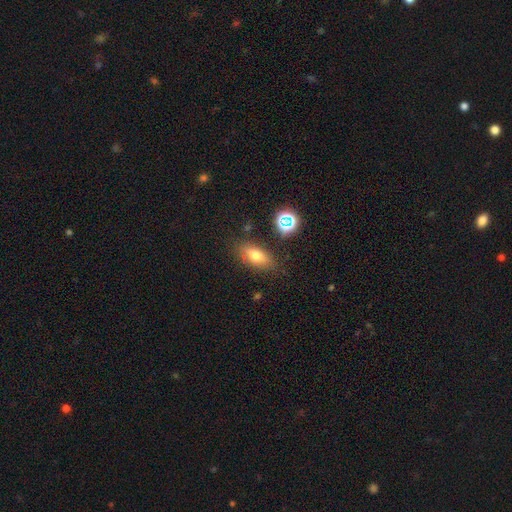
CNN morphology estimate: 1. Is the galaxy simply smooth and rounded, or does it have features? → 69% smooth, 18% featured or disk, 13% star or artifact.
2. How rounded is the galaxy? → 79% in between, 12% cigar-shaped, 9% round.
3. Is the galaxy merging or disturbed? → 79% none, 13% minor disturbance, 4% major disturbance, 3% merger.